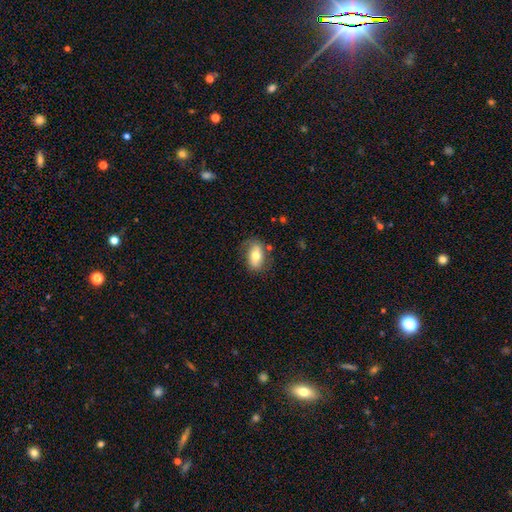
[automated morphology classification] A smooth galaxy with no disk features (63%) that is in between round and cigar-shaped (87%). Merging: none (68%).